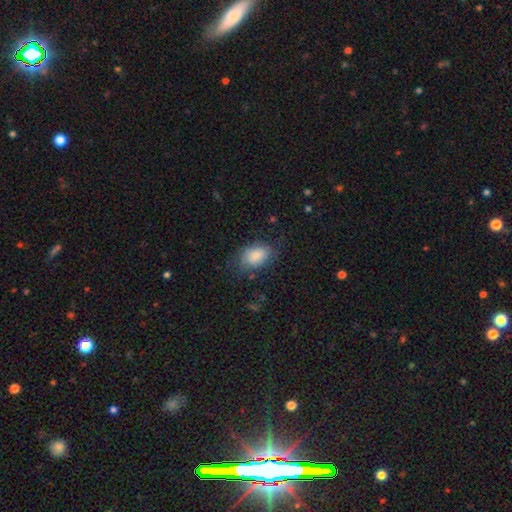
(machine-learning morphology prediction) smooth-or-featured: smooth: 72% | featured or disk: 20% | star or artifact: 8%
  how-rounded: in between: 86% | round: 13% | cigar-shaped: 1%
  merging: none: 56% | minor disturbance: 27% | major disturbance: 15% | merger: 2%